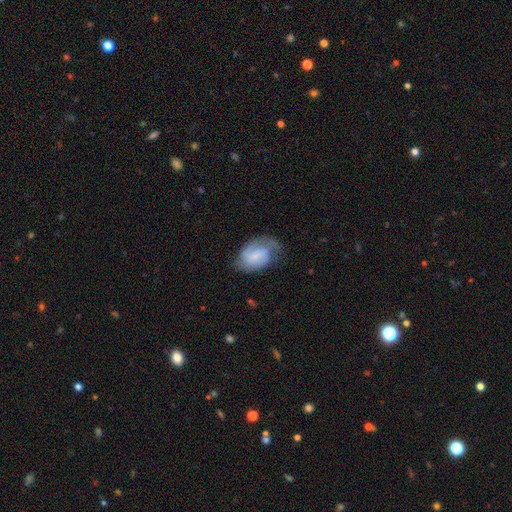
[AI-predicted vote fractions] This appears to be a featured or disk galaxy (54%) with a weak bar (46%), spiral arms (87%) and a small central bulge (48%). Merging: none (54%).